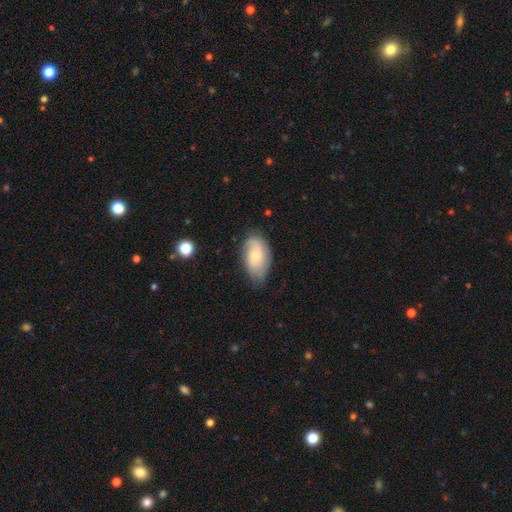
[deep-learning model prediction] Smooth or featured? Predicted: smooth (p=0.51). How rounded? Predicted: in between (p=0.92). Merging? Predicted: none (p=0.65).